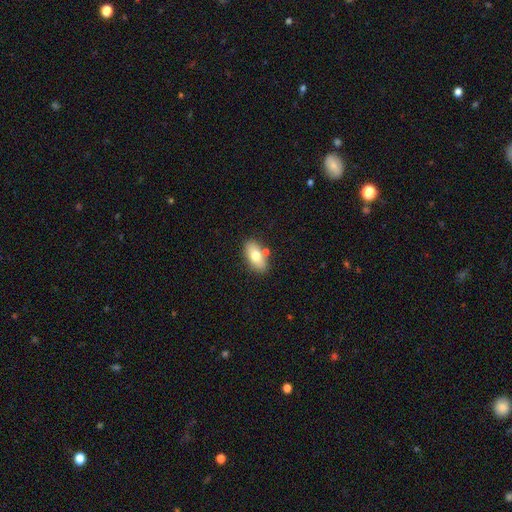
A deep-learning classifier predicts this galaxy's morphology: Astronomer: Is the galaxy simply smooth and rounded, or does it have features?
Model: smooth — 72%.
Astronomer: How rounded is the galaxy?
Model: in between — 89%.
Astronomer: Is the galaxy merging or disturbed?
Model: none — 75%.